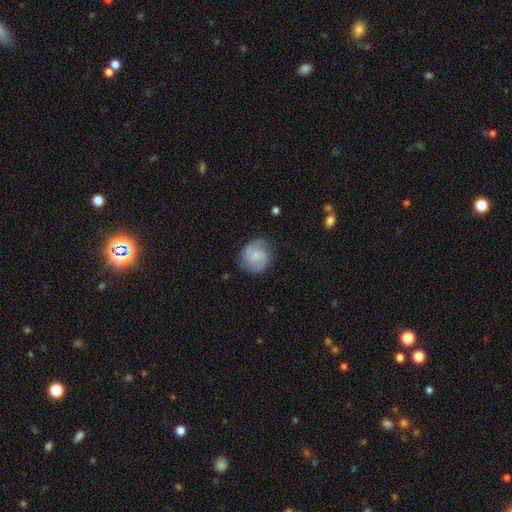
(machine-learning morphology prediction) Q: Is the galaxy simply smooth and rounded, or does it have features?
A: featured or disk — 53%.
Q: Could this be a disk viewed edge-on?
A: no — 98%.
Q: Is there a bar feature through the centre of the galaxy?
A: no — 62%.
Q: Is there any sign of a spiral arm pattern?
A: yes — 92%.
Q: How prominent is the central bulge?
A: small — 49%.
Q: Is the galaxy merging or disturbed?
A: none — 77%.